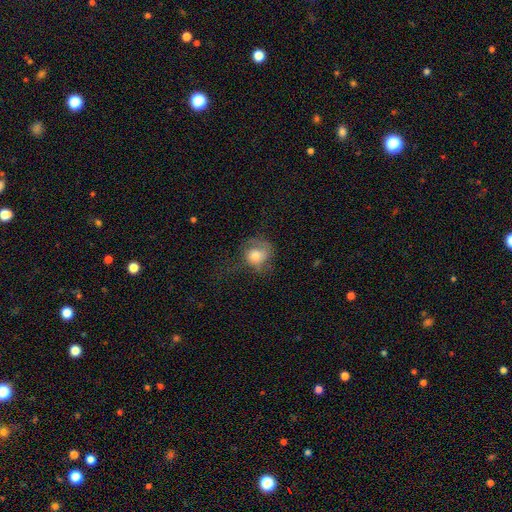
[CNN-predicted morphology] Smooth or featured: smooth — 68% (featured or disk — 23%)
How rounded: round — 67% (in between — 32%)
Merging: none — 36% (tied with major disturbance — 36%)